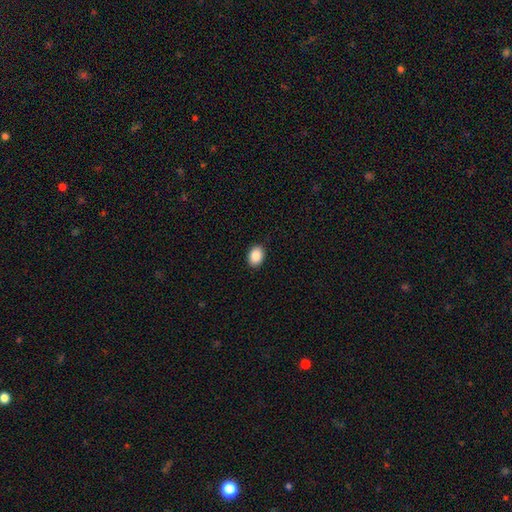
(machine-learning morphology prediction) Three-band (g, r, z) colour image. It shows a smooth galaxy with no disk features (89%) that is in between round and cigar-shaped (76%). Merging: none (90%).